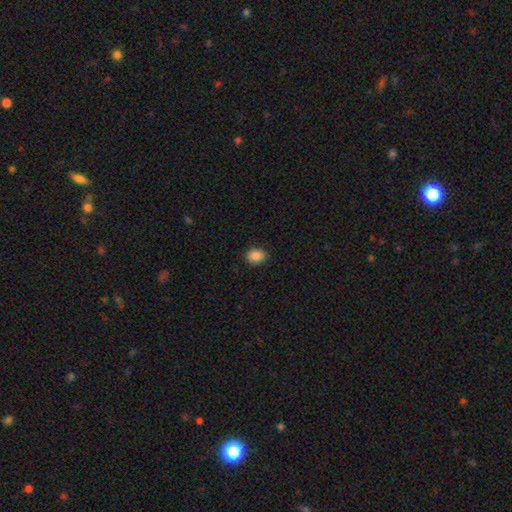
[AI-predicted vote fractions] Smooth or featured: smooth — 87% (star or artifact — 9%)
How rounded: in between — 51% (round — 48%)
Merging: none — 89% (minor disturbance — 8%)